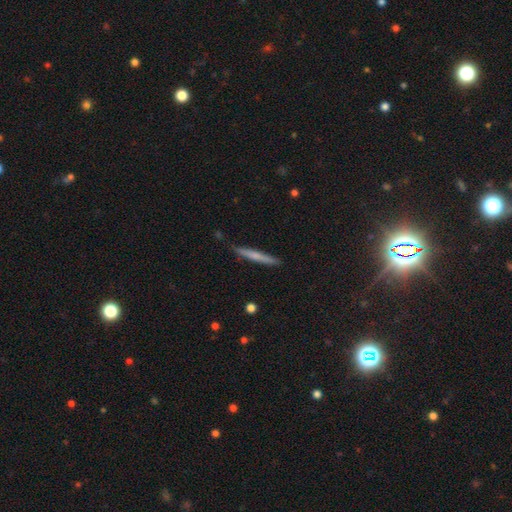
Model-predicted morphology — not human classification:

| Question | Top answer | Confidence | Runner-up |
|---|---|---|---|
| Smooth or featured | smooth | 58% | featured or disk (36%) |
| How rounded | cigar-shaped | 96% | in between (3%) |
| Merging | none | 88% | minor disturbance (9%) |